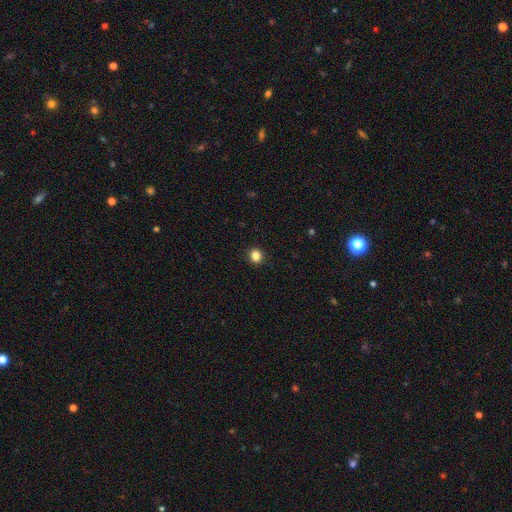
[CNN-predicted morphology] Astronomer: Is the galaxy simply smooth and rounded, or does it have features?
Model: smooth — 84%.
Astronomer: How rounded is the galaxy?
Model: round — 78%.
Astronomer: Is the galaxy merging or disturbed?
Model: none — 91%.